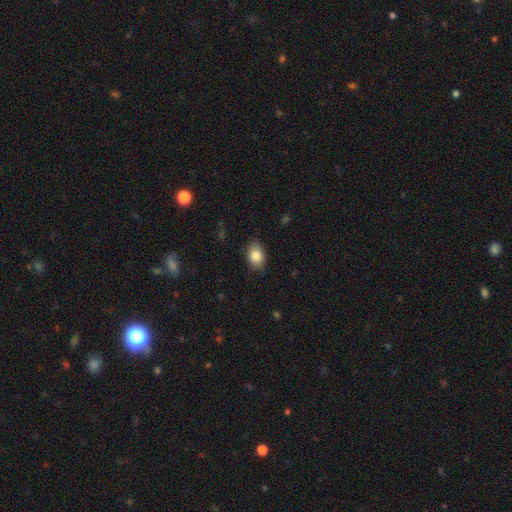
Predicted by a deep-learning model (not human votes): A smooth galaxy with no disk features (84%) that is in between round and cigar-shaped (81%). Merging: none (84%).